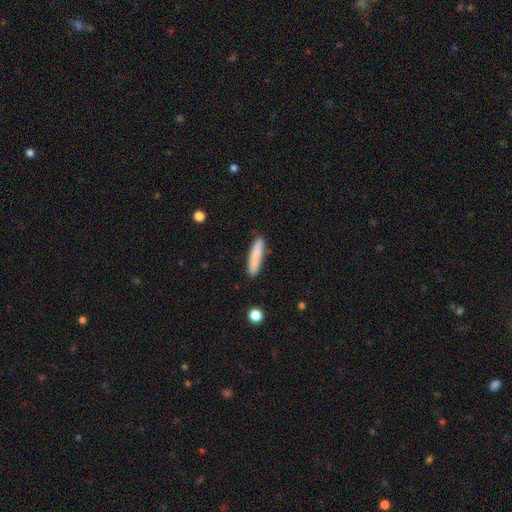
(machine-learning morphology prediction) Smooth or featured? Predicted: smooth (p=0.83). How rounded? Predicted: cigar-shaped (p=0.86). Merging? Predicted: none (p=0.87).